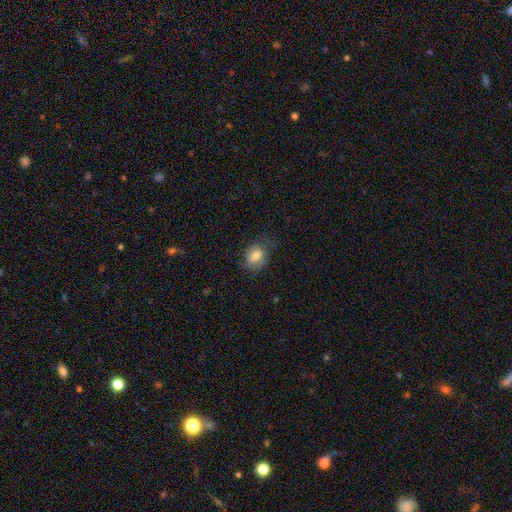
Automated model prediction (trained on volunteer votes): Smooth or featured? Predicted: smooth (p=0.70). How rounded? Predicted: in between (p=0.67). Merging? Predicted: none (p=0.60).